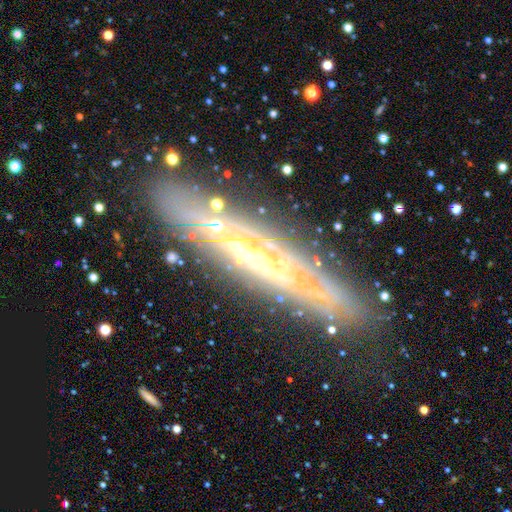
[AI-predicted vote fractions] Smooth or featured? featured or disk (72%)
Edge-on disk? yes (74%)
Edge-on bulge? none (63%)
Merging? none (80%)